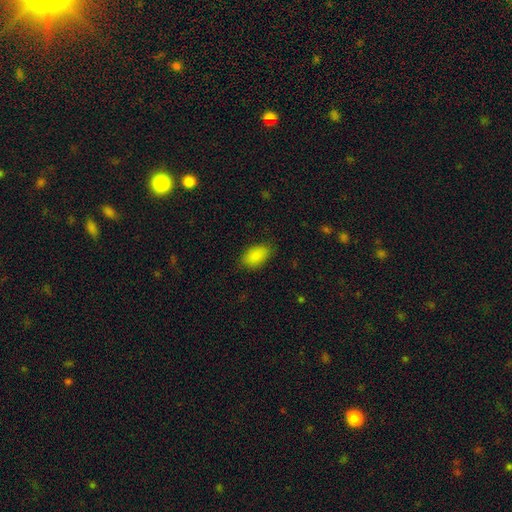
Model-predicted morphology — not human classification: smooth-or-featured: smooth: 88% | star or artifact: 8% | featured or disk: 4%
  how-rounded: in between: 93% | round: 5% | cigar-shaped: 2%
  merging: none: 83% | minor disturbance: 13% | major disturbance: 3% | merger: 1%